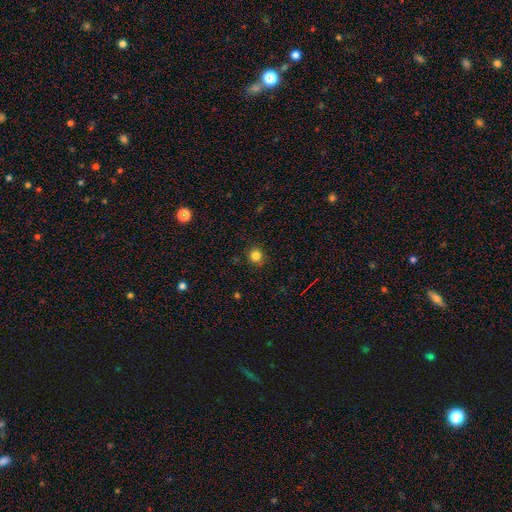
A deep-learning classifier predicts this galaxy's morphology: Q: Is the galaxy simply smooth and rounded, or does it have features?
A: smooth — 83%.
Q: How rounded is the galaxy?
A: round — 92%.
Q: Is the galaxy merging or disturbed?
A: none — 90%.